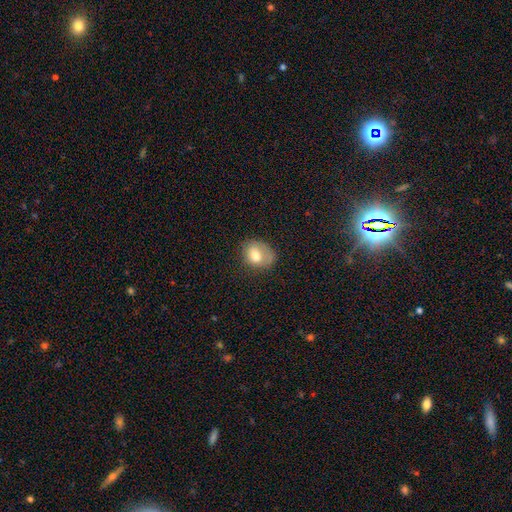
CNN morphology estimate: This is likely a smooth galaxy (73%). How rounded: possibly in between (51%). Merging: possibly none (53%).